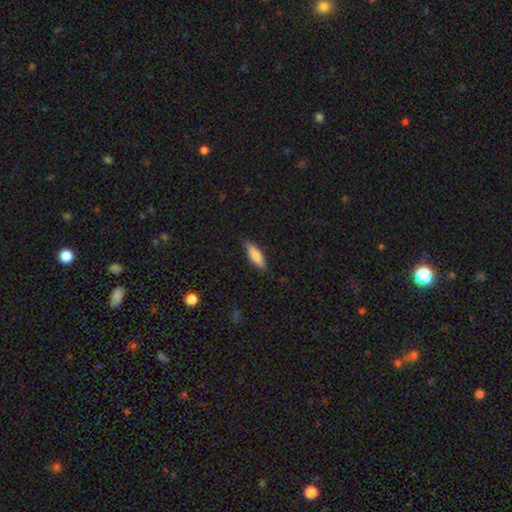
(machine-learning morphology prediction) Smooth or featured?
  - smooth: 77% *
  - featured or disk: 17%
  - star or artifact: 6%
How rounded?
  - cigar-shaped: 56% *
  - in between: 42%
  - round: 2%
Merging?
  - none: 84% *
  - minor disturbance: 12%
  - major disturbance: 2%
  - merger: 1%